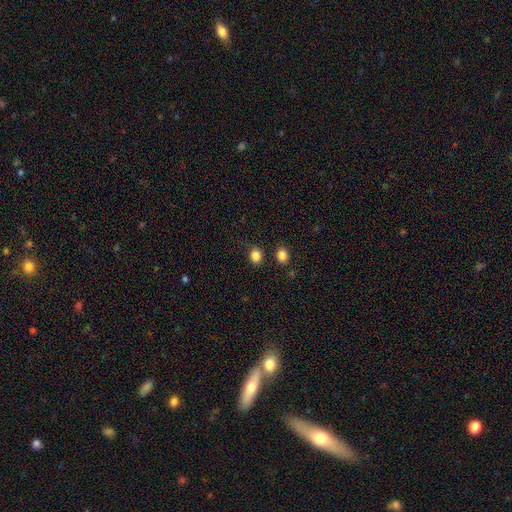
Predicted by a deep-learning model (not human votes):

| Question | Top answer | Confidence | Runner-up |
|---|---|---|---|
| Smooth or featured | smooth | 86% | star or artifact (11%) |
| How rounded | round | 59% | in between (40%) |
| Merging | none | 79% | minor disturbance (11%) |